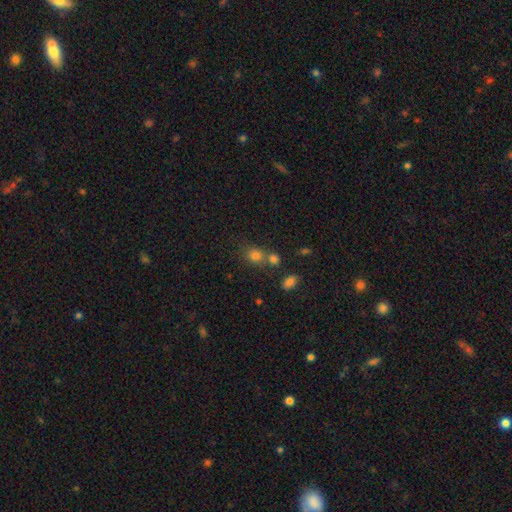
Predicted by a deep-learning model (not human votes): smooth_or_featured: smooth (p=0.75) [alt: star or artifact p=0.17]
how_rounded: round (p=0.71) [alt: in between p=0.27]
merging: none (p=0.56) [alt: merger p=0.29]